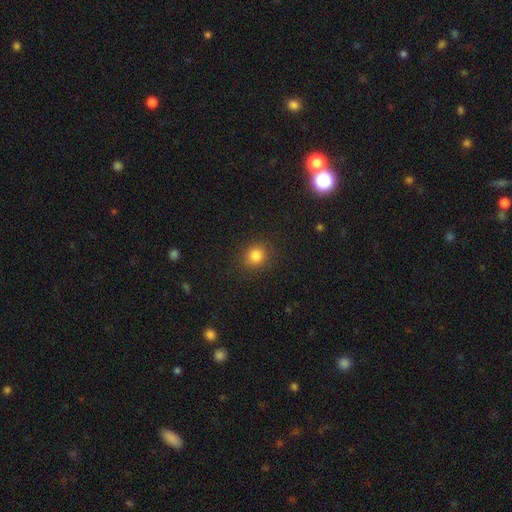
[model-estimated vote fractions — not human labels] smooth 83%, star or artifact 12%, featured or disk 5%. Down the decision tree: how rounded — round (84%); merging — none (88%).